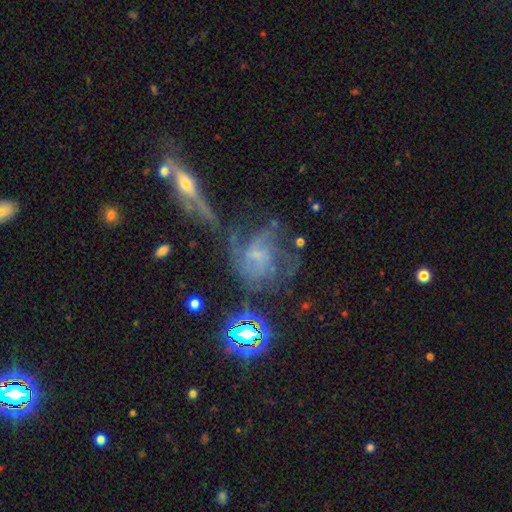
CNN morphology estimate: A featured or disk galaxy (63%) with no bar (66%), spiral arms (76%) and a small central bulge (49%).

Vote fractions:
- Smooth or featured? featured or disk: 63% / star or artifact: 19% / smooth: 18%
- Edge-on disk? no: 93% / yes: 7%
- Bar? no: 66% / weak: 27% / strong: 7%
- Spiral arms? yes: 76% / no: 24%
- Bulge size? small: 49% / none: 25% / moderate: 20% / large: 4% / dominant: 2%
- Merging? none: 33% / major disturbance: 28% / merger: 21% / minor disturbance: 18%